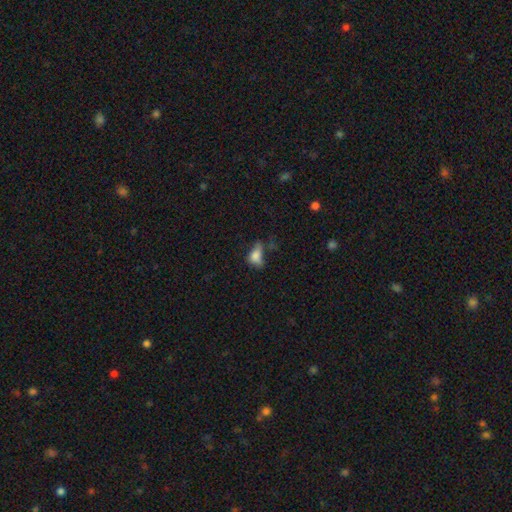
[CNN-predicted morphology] smooth 70%, featured or disk 17%, star or artifact 13%. Down the decision tree: how rounded — in between (81%); merging — major disturbance (37%).